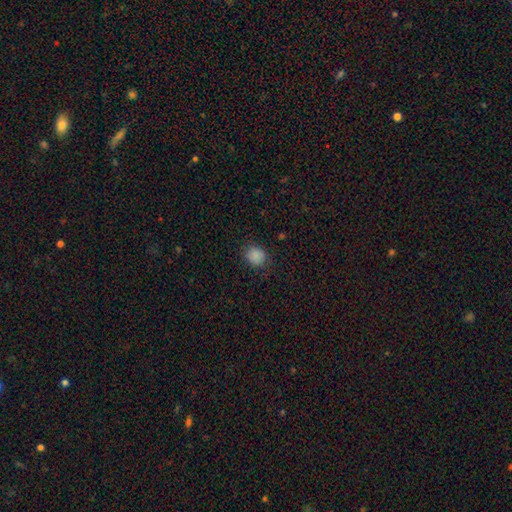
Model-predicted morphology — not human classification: smooth_or_featured: smooth (p=0.87) [alt: star or artifact p=0.10]
how_rounded: round (p=0.75) [alt: in between p=0.24]
merging: none (p=0.84) [alt: minor disturbance p=0.11]